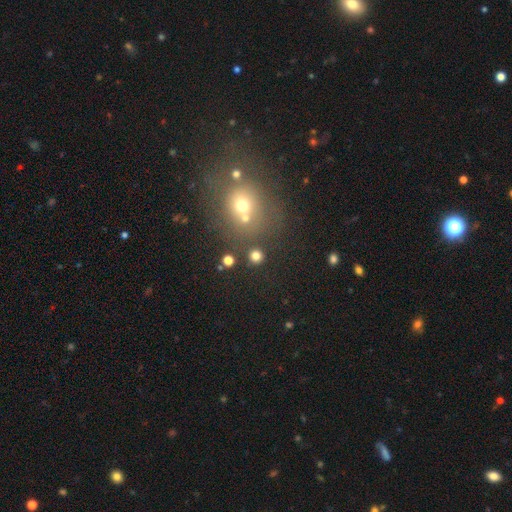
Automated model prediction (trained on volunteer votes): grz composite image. It shows a smooth galaxy with no disk features (76%) that is round (91%). Merging: none (81%).